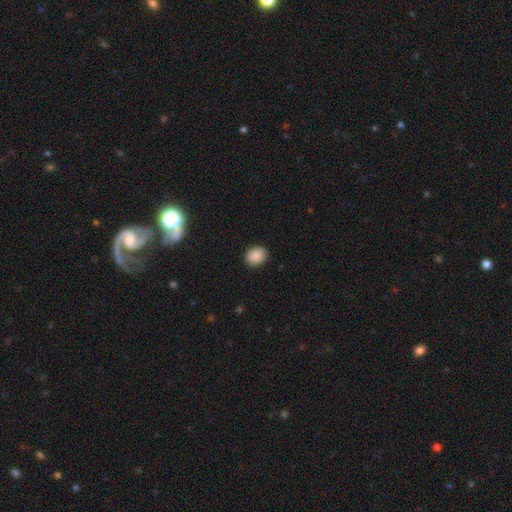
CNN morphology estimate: smooth 88%, star or artifact 8%, featured or disk 4%. Down the decision tree: how rounded — round (53%); merging — none (88%).